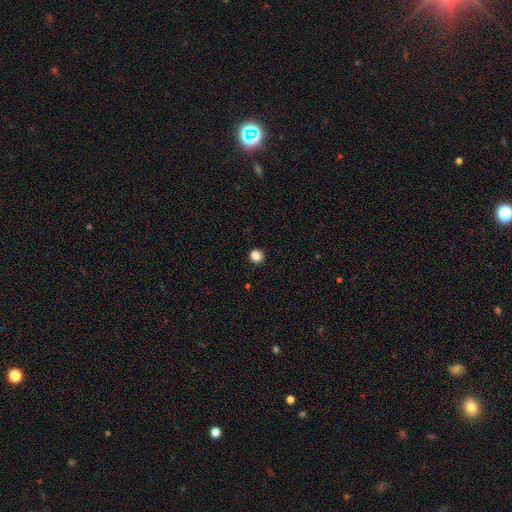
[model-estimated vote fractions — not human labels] Smooth or featured: smooth — 86% (star or artifact — 11%)
How rounded: round — 90% (in between — 9%)
Merging: none — 92% (minor disturbance — 5%)